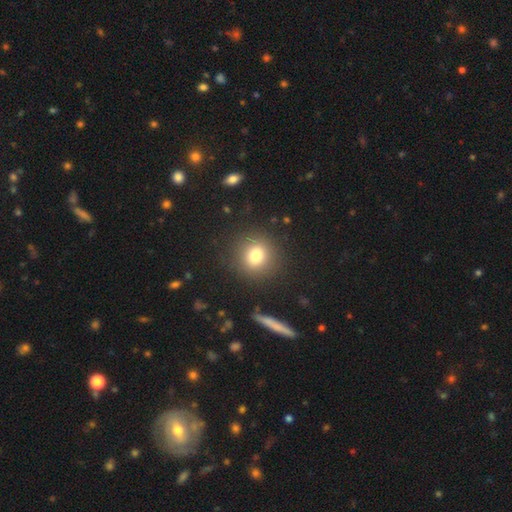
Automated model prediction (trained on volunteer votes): Smooth or featured? Predicted: smooth (p=0.79). How rounded? Predicted: round (p=0.85). Merging? Predicted: none (p=0.87).